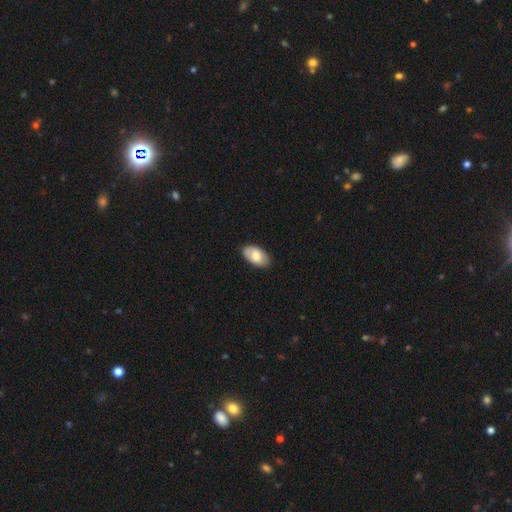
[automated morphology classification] Smooth or featured?
  - smooth: 78% *
  - featured or disk: 16%
  - star or artifact: 6%
How rounded?
  - in between: 95% *
  - round: 3%
  - cigar-shaped: 2%
Merging?
  - none: 86% *
  - minor disturbance: 11%
  - major disturbance: 2%
  - merger: 1%